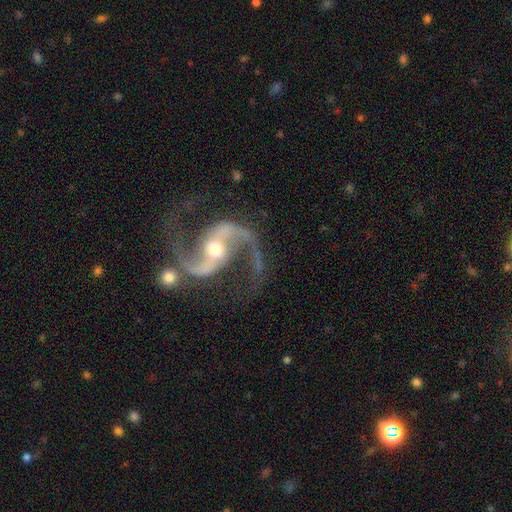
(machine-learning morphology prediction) featured or disk 94%, star or artifact 4%, smooth 2%. Down the decision tree: edge-on disk — no (98%); bar — strong (38%); spiral arms — yes (99%); spiral arm count — 2 (95%); spiral winding — medium (59%); bulge size — moderate (61%); merging — none (75%).